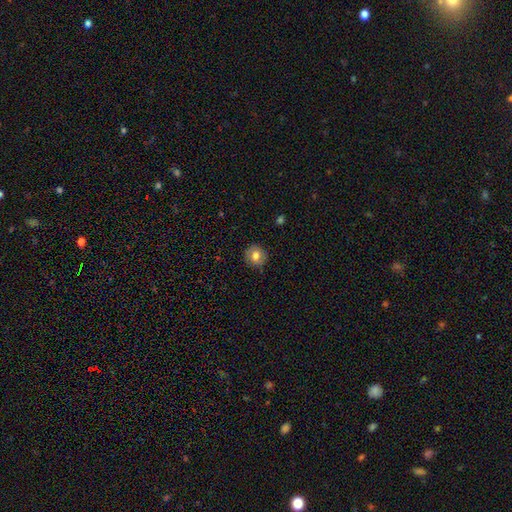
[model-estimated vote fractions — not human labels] smooth-or-featured: smooth: 74% | featured or disk: 17% | star or artifact: 9%
  how-rounded: round: 86% | in between: 13% | cigar-shaped: 1%
  merging: none: 85% | minor disturbance: 11% | major disturbance: 3% | merger: 1%